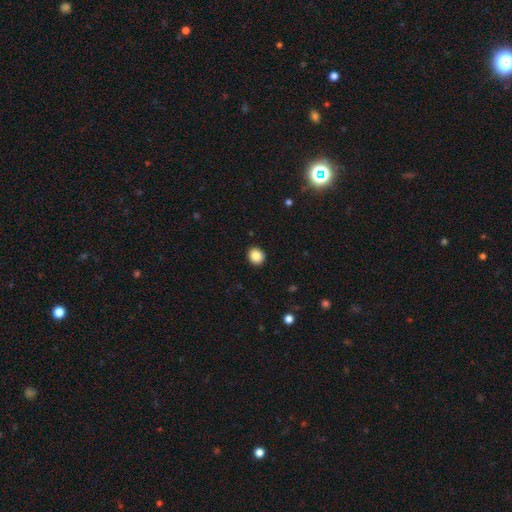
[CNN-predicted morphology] smooth 87%, star or artifact 9%, featured or disk 4%. Down the decision tree: how rounded — round (79%); merging — none (92%).